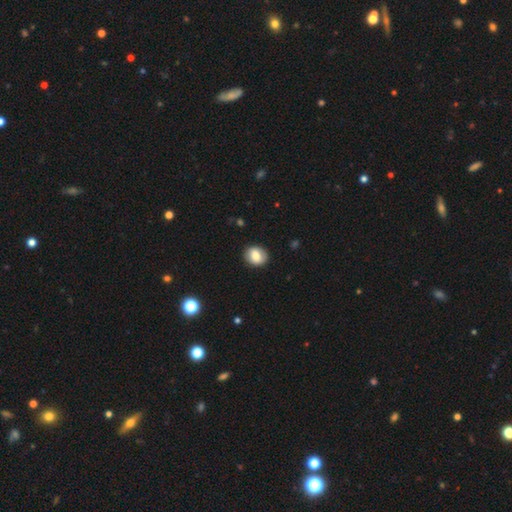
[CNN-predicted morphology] Smooth or featured? smooth (78%)
How rounded? round (68%)
Merging? none (88%)